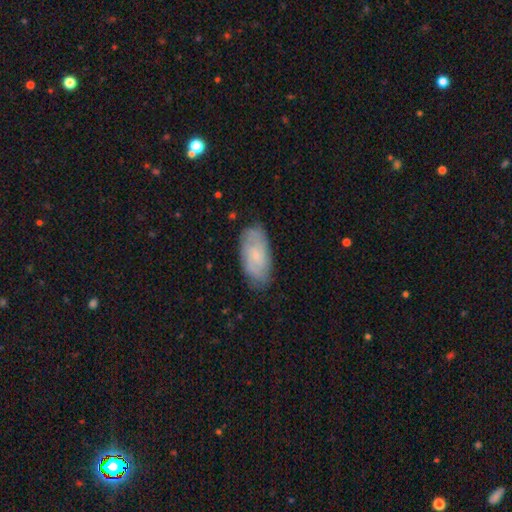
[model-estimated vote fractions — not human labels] Morphology: type=smooth (53%); roundness=in between (91%); merging=none (79%).